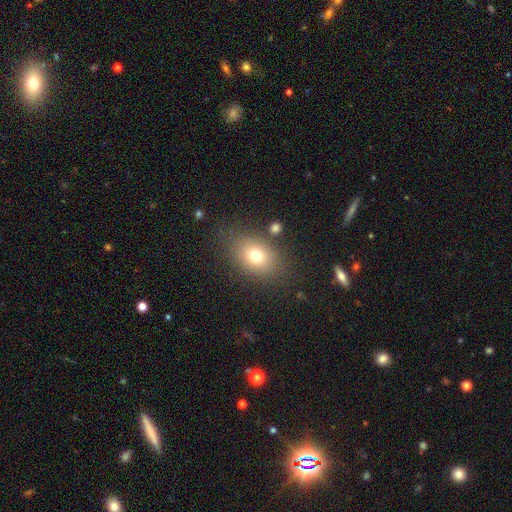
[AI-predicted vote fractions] smooth 73%, featured or disk 13%, star or artifact 13%. Down the decision tree: how rounded — in between (68%); merging — none (79%).